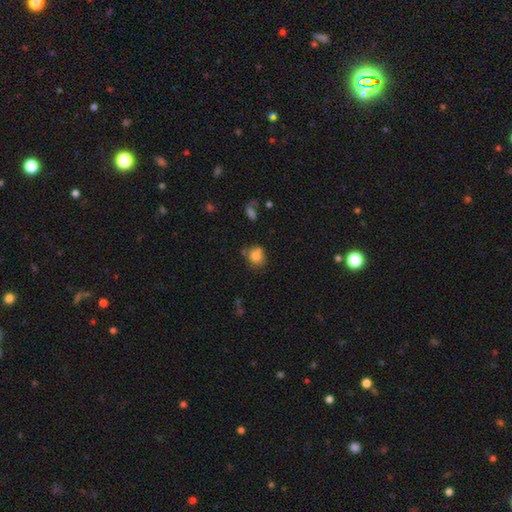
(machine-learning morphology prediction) This is likely a smooth galaxy (78%). How rounded: likely round (72%). Merging: possibly none (58%).